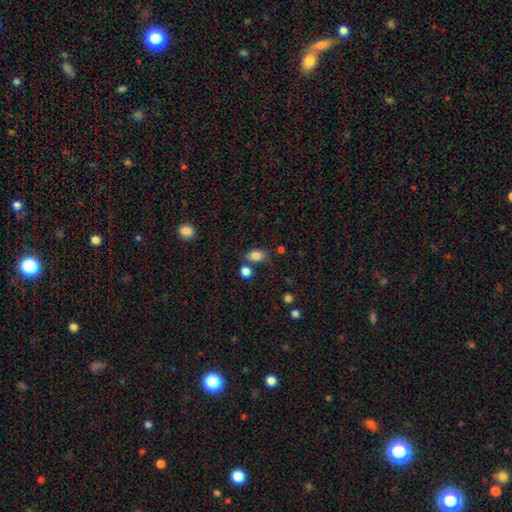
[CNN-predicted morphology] Q: Smooth or featured?
A: smooth (82%); runner-up: star or artifact (9%)
Q: How rounded?
A: in between (85%); runner-up: round (12%)
Q: Merging?
A: none (70%); runner-up: minor disturbance (14%)